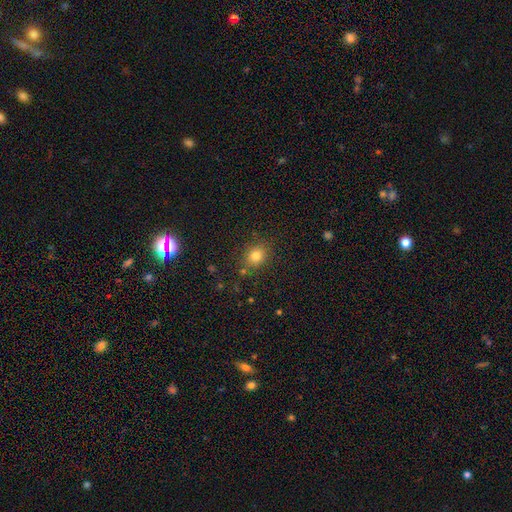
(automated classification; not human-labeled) This appears to be a smooth galaxy with no disk features (79%) that is round (63%). Merging: none (83%).